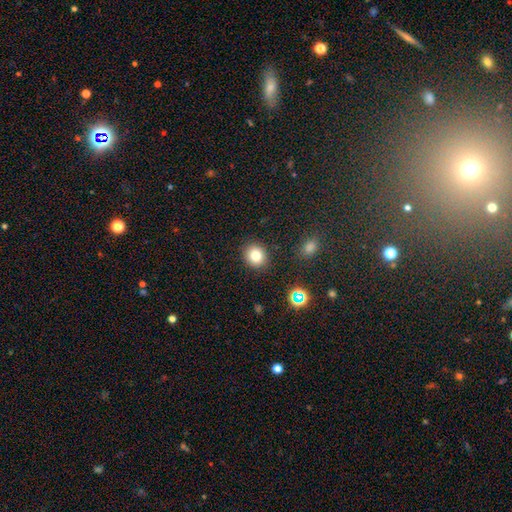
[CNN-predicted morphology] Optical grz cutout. It shows a smooth galaxy with no disk features (81%) that is round (78%). Merging: none (89%).